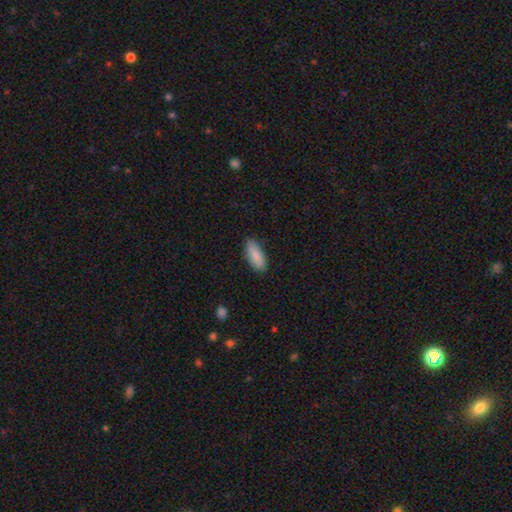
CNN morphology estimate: Overall: smooth (87%). How rounded: in between (70%). Merging: none (84%).